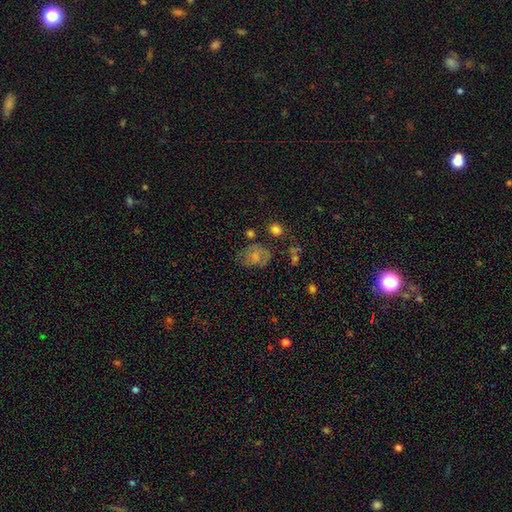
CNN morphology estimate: Q: Smooth or featured?
A: smooth (64%); runner-up: featured or disk (23%)
Q: How rounded?
A: in between (63%); runner-up: round (36%)
Q: Merging?
A: none (50%); runner-up: minor disturbance (27%)